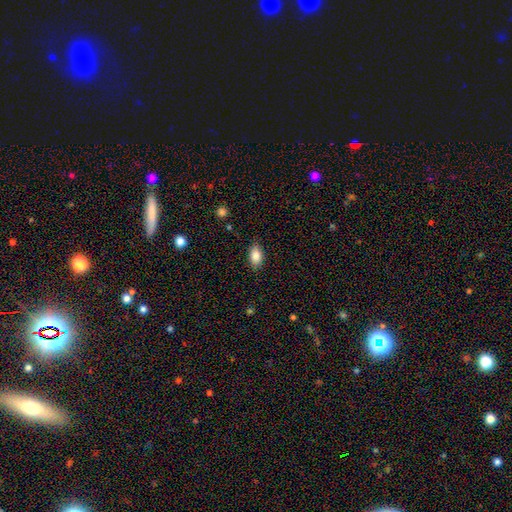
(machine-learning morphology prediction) Smooth or featured: smooth — 84% (featured or disk — 9%)
How rounded: in between — 90% (round — 7%)
Merging: none — 86% (minor disturbance — 11%)